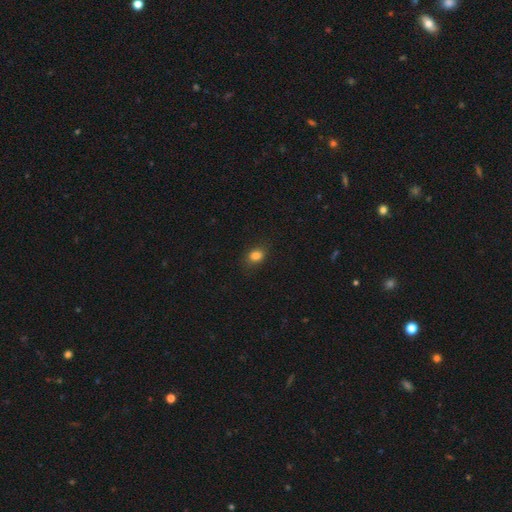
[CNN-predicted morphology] Smooth or featured?
  - smooth: 83% *
  - star or artifact: 12%
  - featured or disk: 5%
How rounded?
  - in between: 58% *
  - round: 41%
  - cigar-shaped: 1%
Merging?
  - none: 81% *
  - minor disturbance: 14%
  - major disturbance: 4%
  - merger: 1%